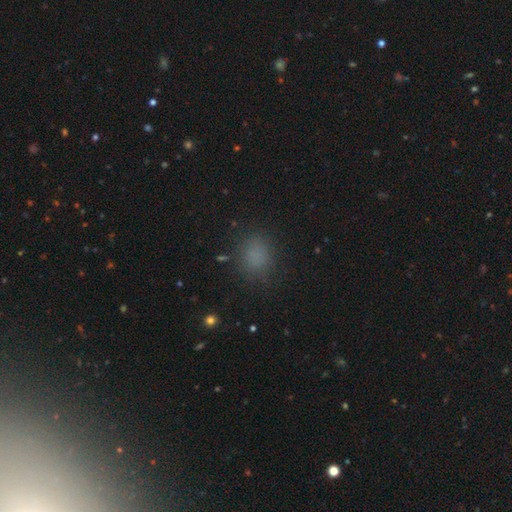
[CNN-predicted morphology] A smooth galaxy with no disk features (79%) that is round (60%). Merging: none (82%).